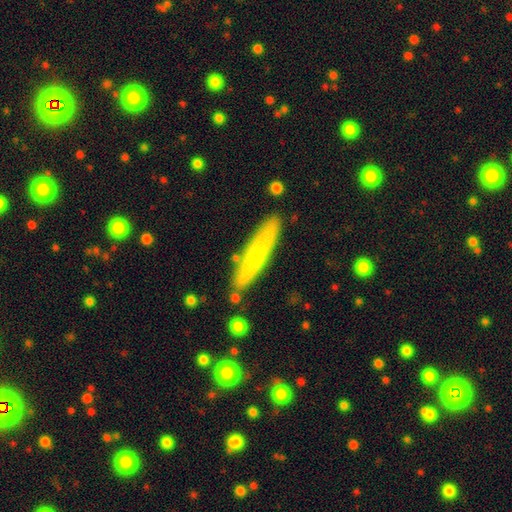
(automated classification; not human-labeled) Morphology: type=smooth (67%); roundness=cigar-shaped (89%); merging=none (85%).